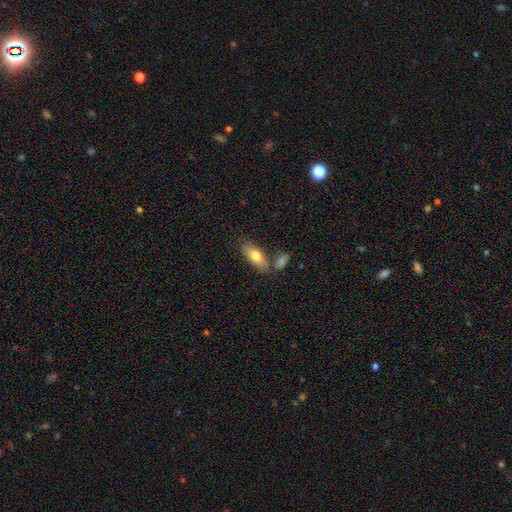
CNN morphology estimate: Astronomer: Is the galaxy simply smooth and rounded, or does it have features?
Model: smooth — 72%.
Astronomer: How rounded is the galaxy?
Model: in between — 77%.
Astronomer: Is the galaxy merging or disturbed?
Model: none — 68%.